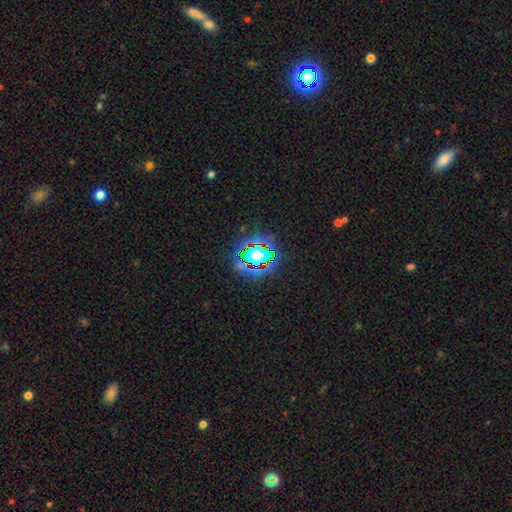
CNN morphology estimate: type=star or artifact (70%).